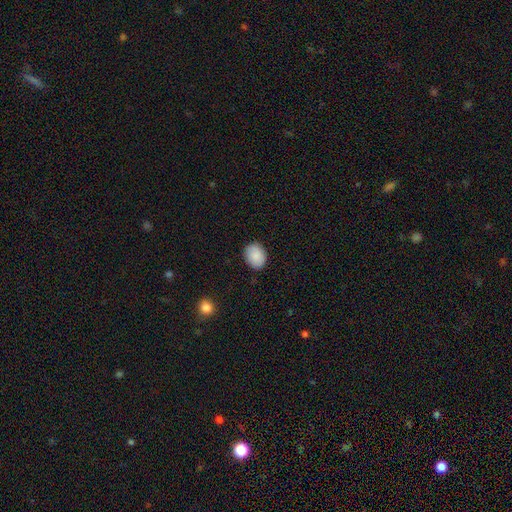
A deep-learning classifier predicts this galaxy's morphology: The model was most divided on "how rounded": in between: 62%, round: 37%, cigar-shaped: 1%. More confident: smooth or featured — smooth (89%); merging — none (88%).